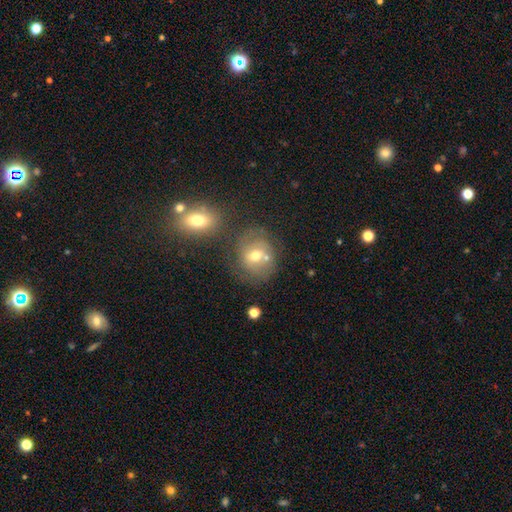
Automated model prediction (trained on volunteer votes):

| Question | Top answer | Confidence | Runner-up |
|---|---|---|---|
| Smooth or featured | smooth | 48% | featured or disk (38%) |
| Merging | none | 56% | merger (19%) |